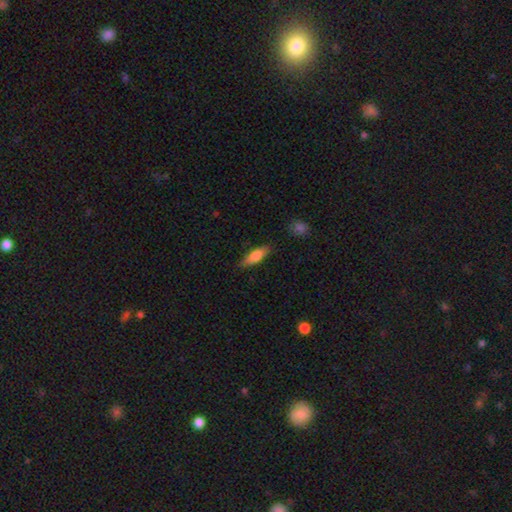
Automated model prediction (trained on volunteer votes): Q: Smooth or featured?
A: smooth (71%); runner-up: featured or disk (22%)
Q: How rounded?
A: cigar-shaped (51%); runner-up: in between (47%)
Q: Merging?
A: none (82%); runner-up: minor disturbance (13%)